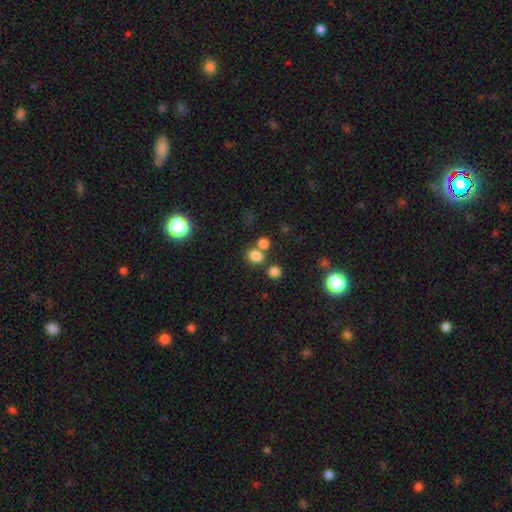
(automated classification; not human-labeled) The model was most divided on "how rounded": round: 64%, in between: 35%, cigar-shaped: 1%. More confident: smooth or featured — smooth (78%); merging — none (60%).